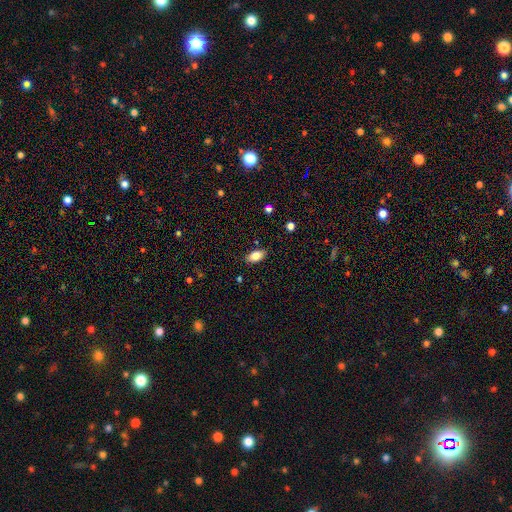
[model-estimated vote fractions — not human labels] The model was most divided on "merging": none: 85%, minor disturbance: 11%, major disturbance: 2%, merger: 1%. More confident: how rounded — in between (92%); smooth or featured — smooth (84%).